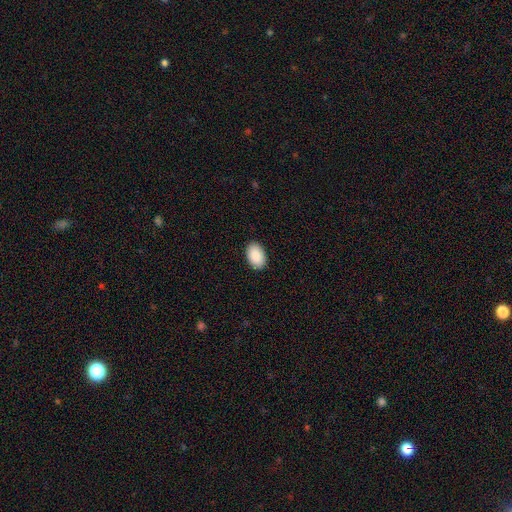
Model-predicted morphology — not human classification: smooth_or_featured: smooth (p=0.90) [alt: star or artifact p=0.06]
how_rounded: in between (p=0.91) [alt: round p=0.08]
merging: none (p=0.90) [alt: minor disturbance p=0.07]